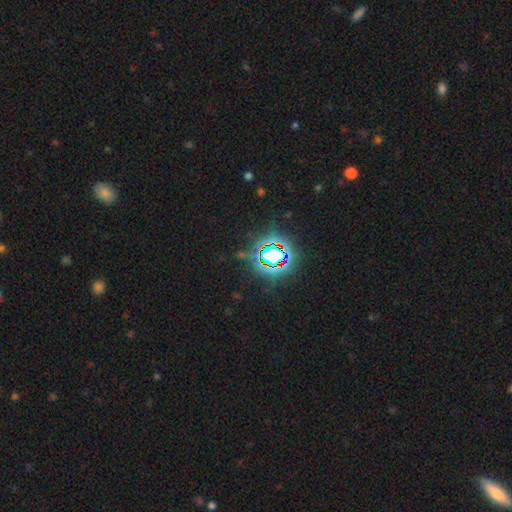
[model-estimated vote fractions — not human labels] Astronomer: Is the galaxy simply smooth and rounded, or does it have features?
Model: star or artifact — 81%.